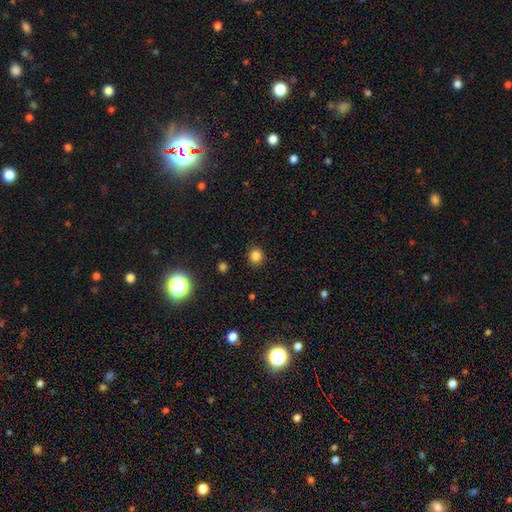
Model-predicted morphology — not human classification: smooth 82%, star or artifact 14%, featured or disk 4%. Down the decision tree: how rounded — round (88%); merging — none (90%).